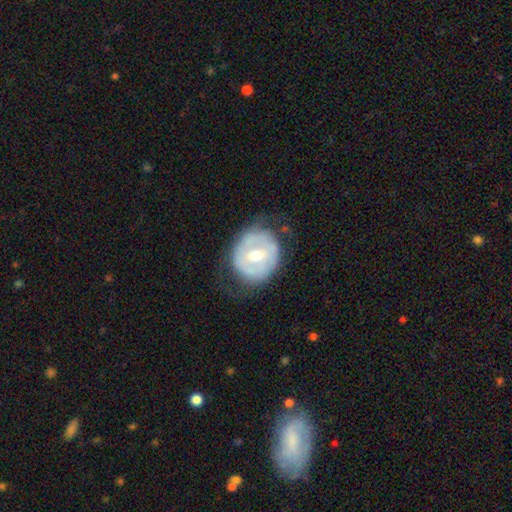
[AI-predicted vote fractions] featured or disk 63%, smooth 32%, star or artifact 6%. Down the decision tree: edge-on disk — no (96%); bar — weak (48%); spiral arms — no (60%); bulge size — moderate (71%); merging — none (66%).